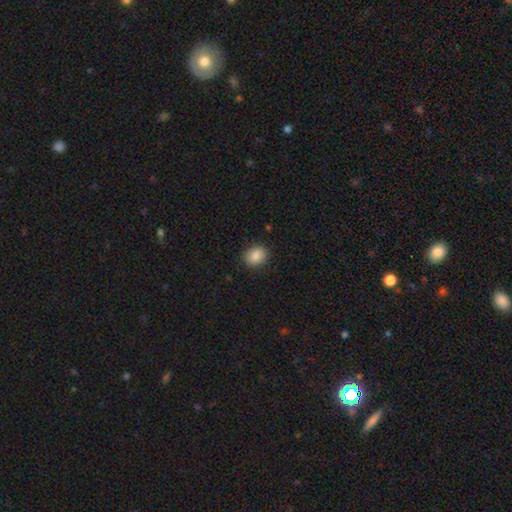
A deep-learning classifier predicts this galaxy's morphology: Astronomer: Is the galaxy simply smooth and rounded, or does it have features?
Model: smooth — 86%.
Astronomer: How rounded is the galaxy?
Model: round — 54% (runner-up: in between, 45%).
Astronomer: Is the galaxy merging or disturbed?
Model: none — 89%.